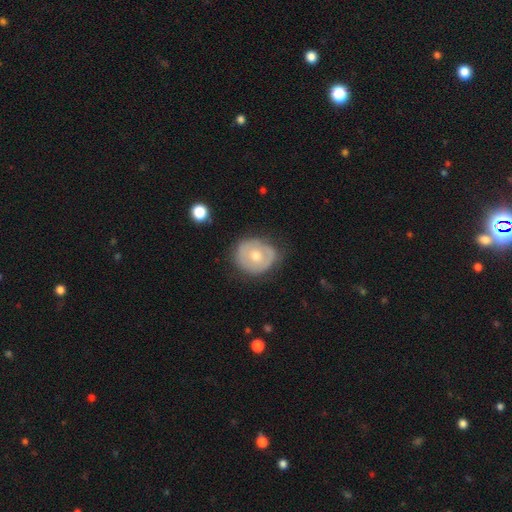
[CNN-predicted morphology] A featured or disk galaxy (50%).

Vote fractions:
- Smooth or featured? featured or disk: 50% / smooth: 44% / star or artifact: 6%
- Merging? none: 71% / minor disturbance: 21% / major disturbance: 6% / merger: 2%